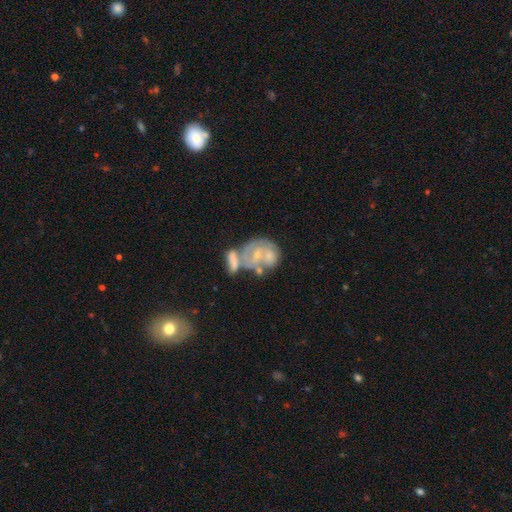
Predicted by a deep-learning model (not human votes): Overall: featured or disk (67%). Edge-on disk: no (97%). Bar: no (73%). Spiral arms: yes (59%; no 41%). Bulge size: small (52%; moderate 34%). Merging: merger (50%; none 25%).